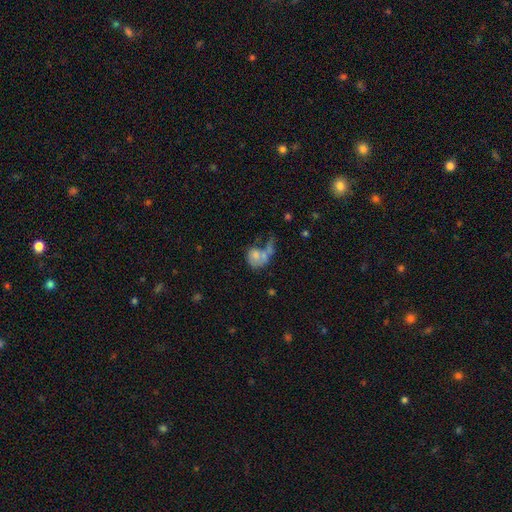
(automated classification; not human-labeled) Q: Smooth or featured?
A: smooth (57%); runner-up: featured or disk (32%)
Q: How rounded?
A: round (51%); runner-up: in between (47%)
Q: Merging?
A: merger (42%); runner-up: major disturbance (23%)